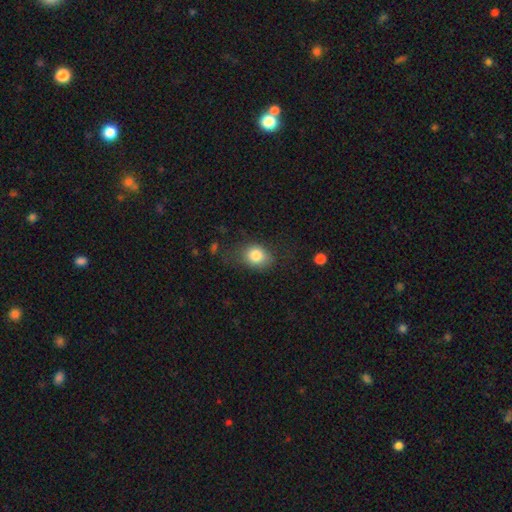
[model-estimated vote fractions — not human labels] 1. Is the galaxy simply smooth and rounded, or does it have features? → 82% smooth, 9% star or artifact, 9% featured or disk.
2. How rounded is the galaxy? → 55% in between, 44% round, 1% cigar-shaped.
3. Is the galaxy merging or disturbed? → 66% none, 22% minor disturbance, 10% major disturbance, 2% merger.